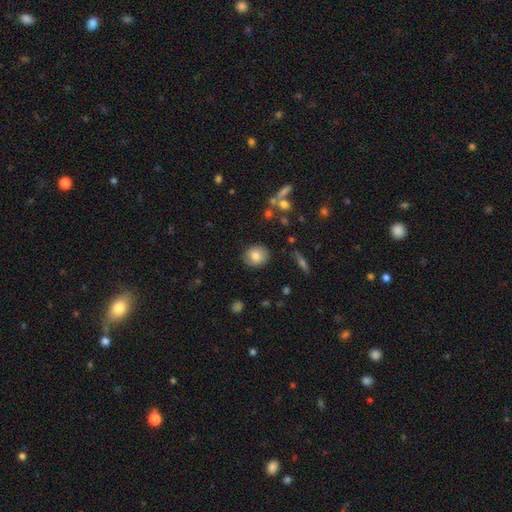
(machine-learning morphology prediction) smooth 80%, featured or disk 11%, star or artifact 9%. Down the decision tree: how rounded — round (79%); merging — none (85%).